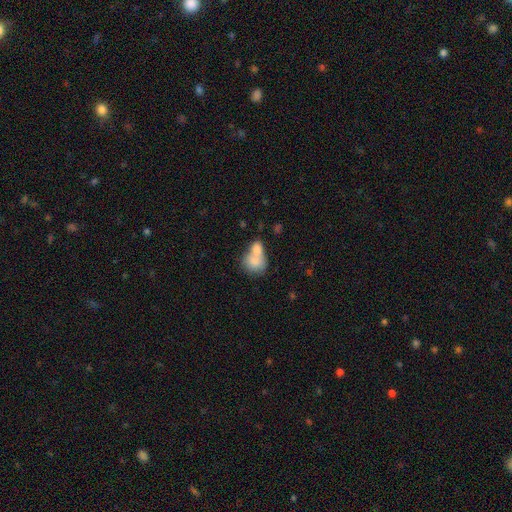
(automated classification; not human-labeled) smooth 77%, featured or disk 15%, star or artifact 8%. Down the decision tree: how rounded — in between (52%); merging — merger (67%).